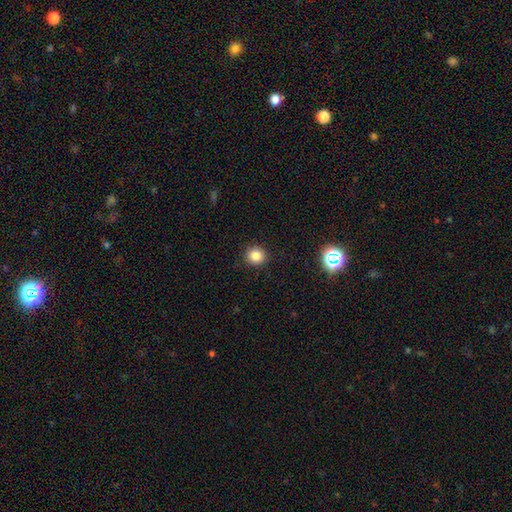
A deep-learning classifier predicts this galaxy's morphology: Smooth or featured? Predicted: smooth (p=0.83). How rounded? Predicted: round (p=0.90). Merging? Predicted: none (p=0.91).